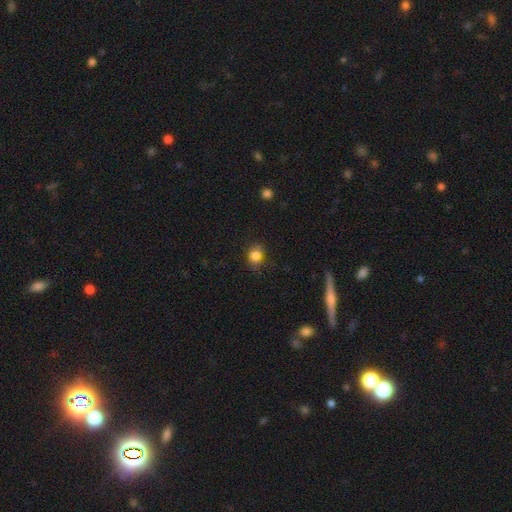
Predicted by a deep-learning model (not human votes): This is likely a smooth galaxy (78%). How rounded: possibly round (52%). Merging: possibly none (60%).